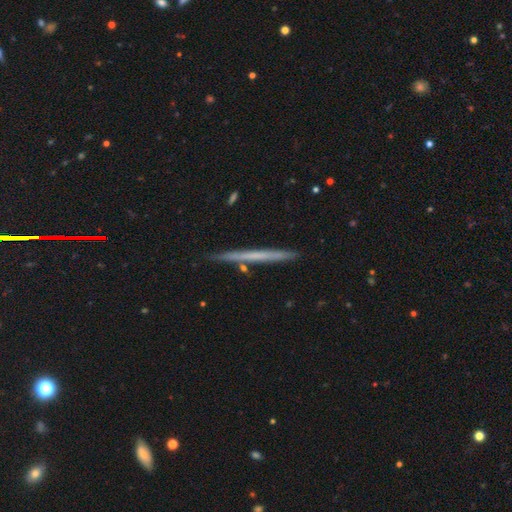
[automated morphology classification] This appears to be a featured or disk galaxy (49%). Merging: none (89%).